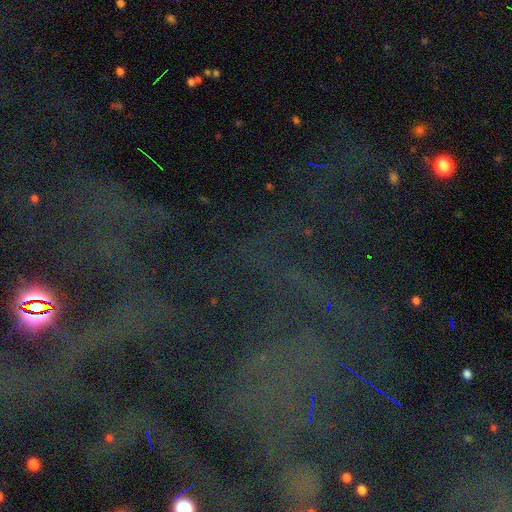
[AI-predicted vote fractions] The model was most divided on "smooth or featured": star or artifact: 71%, featured or disk: 17%, smooth: 12%.